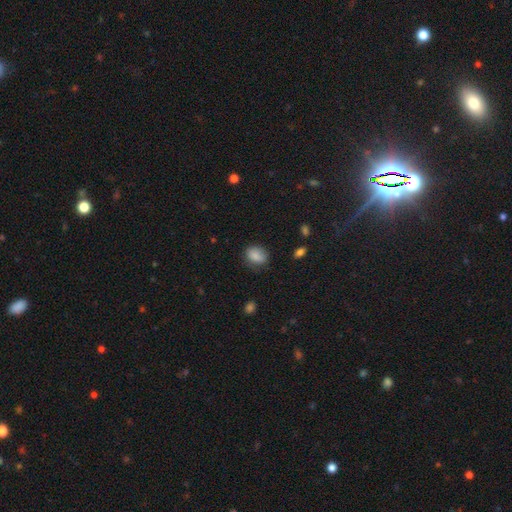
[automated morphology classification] Overall: smooth (85%). How rounded: in between (65%; round 34%). Merging: none (71%).